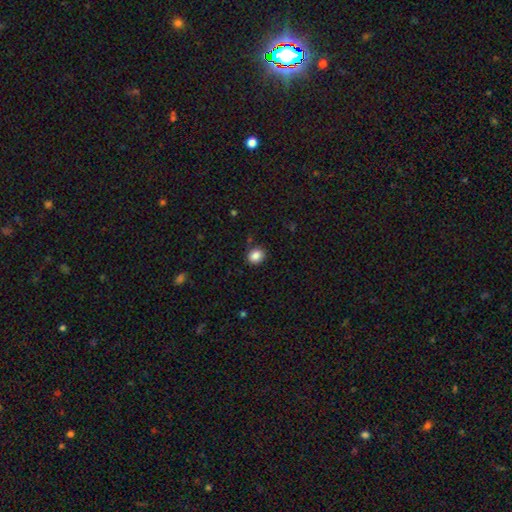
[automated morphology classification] Smooth or featured: smooth — 87% (star or artifact — 9%)
How rounded: round — 64% (in between — 36%)
Merging: none — 86% (minor disturbance — 10%)